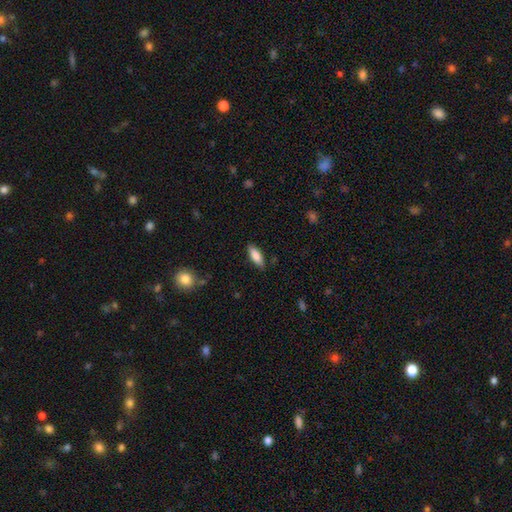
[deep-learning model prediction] Q: Smooth or featured?
A: smooth (84%); runner-up: featured or disk (10%)
Q: How rounded?
A: in between (70%); runner-up: cigar-shaped (28%)
Q: Merging?
A: none (83%); runner-up: minor disturbance (13%)